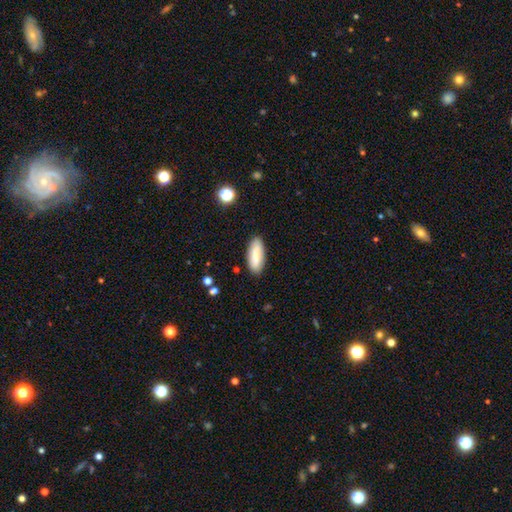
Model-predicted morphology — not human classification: smooth 84%, featured or disk 9%, star or artifact 6%. Down the decision tree: how rounded — in between (74%); merging — none (87%).